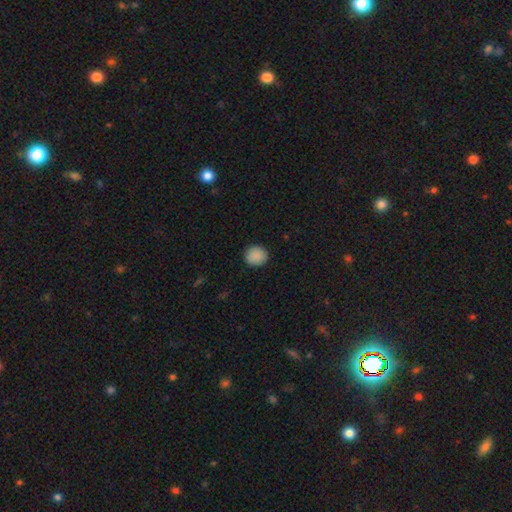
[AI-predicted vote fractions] smooth-or-featured: smooth: 89% | star or artifact: 8% | featured or disk: 3%
  how-rounded: round: 88% | in between: 11% | cigar-shaped: 1%
  merging: none: 91% | minor disturbance: 7% | major disturbance: 2% | merger: 1%